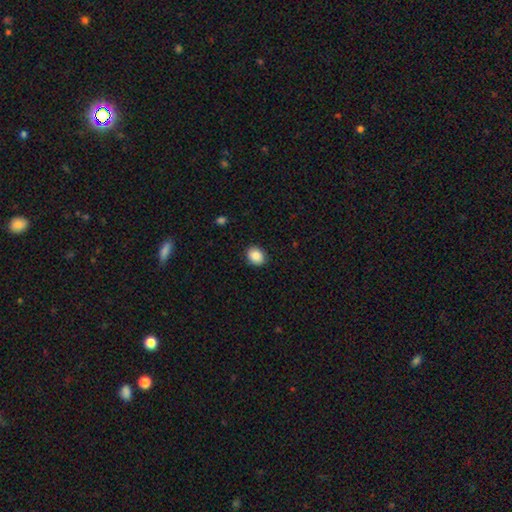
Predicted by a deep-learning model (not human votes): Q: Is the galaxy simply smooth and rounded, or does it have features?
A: smooth — 88%.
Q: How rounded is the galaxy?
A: round — 53%.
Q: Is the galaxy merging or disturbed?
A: none — 90%.